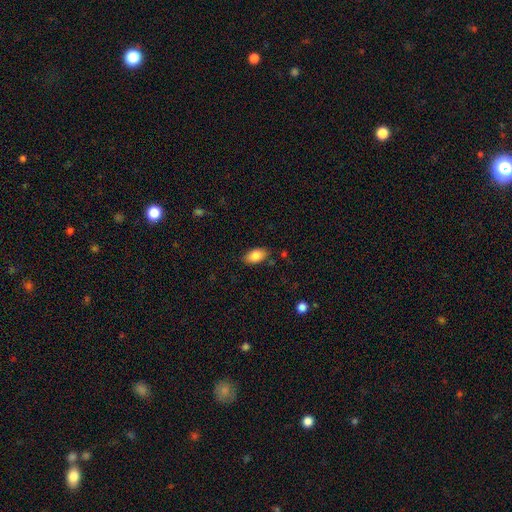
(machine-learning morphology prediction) Q: Smooth or featured?
A: smooth (85%); runner-up: featured or disk (8%)
Q: How rounded?
A: in between (92%); runner-up: round (6%)
Q: Merging?
A: none (82%); runner-up: minor disturbance (13%)